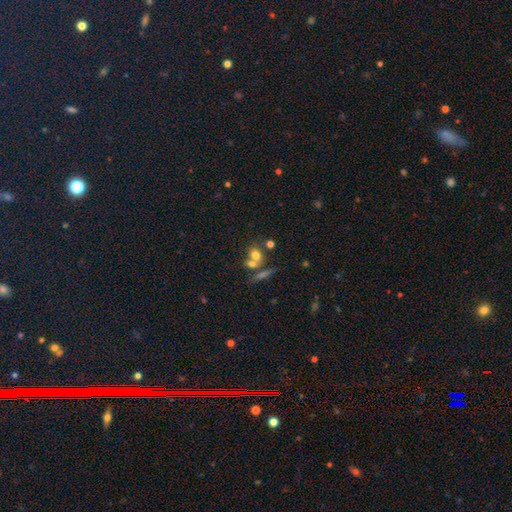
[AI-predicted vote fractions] Morphology: type=smooth (69%); roundness=round (55%); merging=merger (44%).